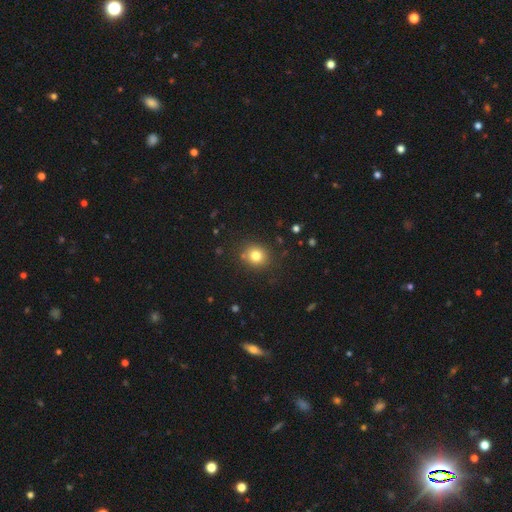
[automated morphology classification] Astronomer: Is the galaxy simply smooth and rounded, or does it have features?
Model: smooth — 79%.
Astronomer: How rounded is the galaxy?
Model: round — 84%.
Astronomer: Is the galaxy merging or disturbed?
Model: none — 85%.